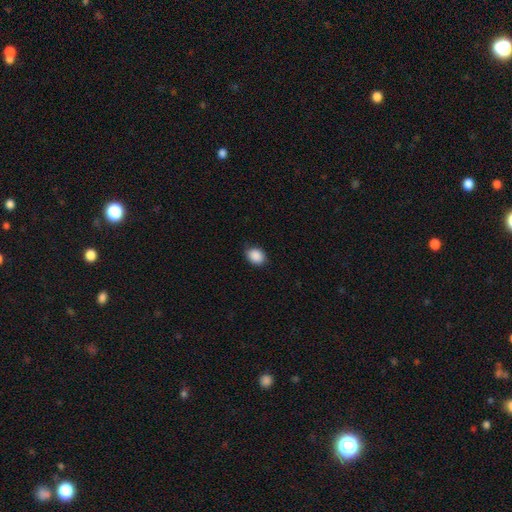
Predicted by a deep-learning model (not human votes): smooth_or_featured: smooth (p=0.89) [alt: star or artifact p=0.08]
how_rounded: in between (p=0.58) [alt: round p=0.41]
merging: none (p=0.81) [alt: minor disturbance p=0.16]